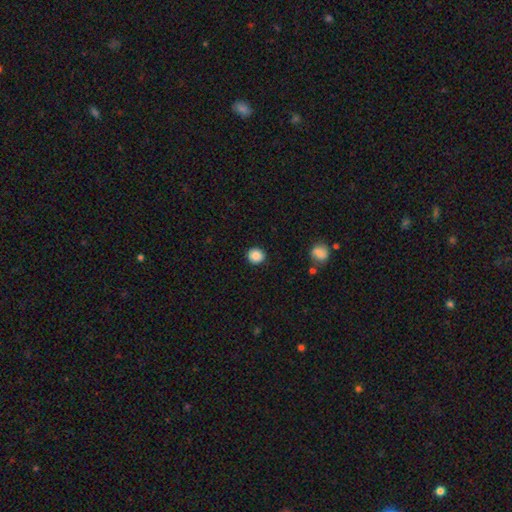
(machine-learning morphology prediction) smooth 88%, star or artifact 9%, featured or disk 3%. Down the decision tree: how rounded — round (87%); merging — none (91%).